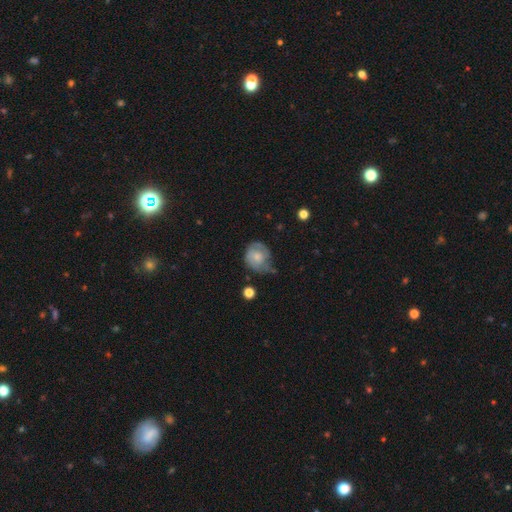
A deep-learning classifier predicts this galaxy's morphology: smooth_or_featured: smooth (p=0.53) [alt: featured or disk p=0.40]
how_rounded: round (p=0.66) [alt: in between p=0.33]
merging: none (p=0.43) [alt: minor disturbance p=0.36]